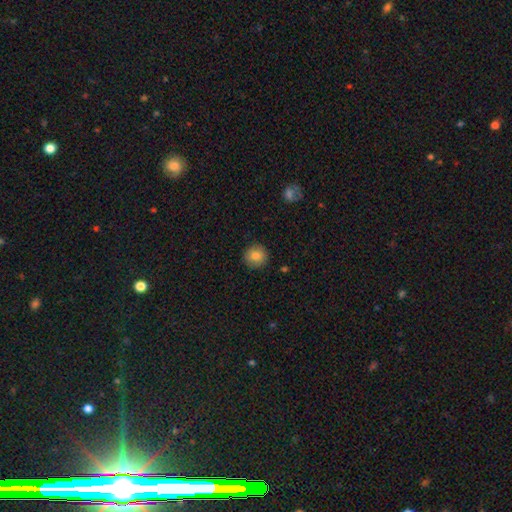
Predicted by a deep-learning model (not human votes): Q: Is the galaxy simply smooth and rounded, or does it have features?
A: smooth — 84%.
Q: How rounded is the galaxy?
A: round — 92%.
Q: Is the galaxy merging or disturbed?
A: none — 89%.